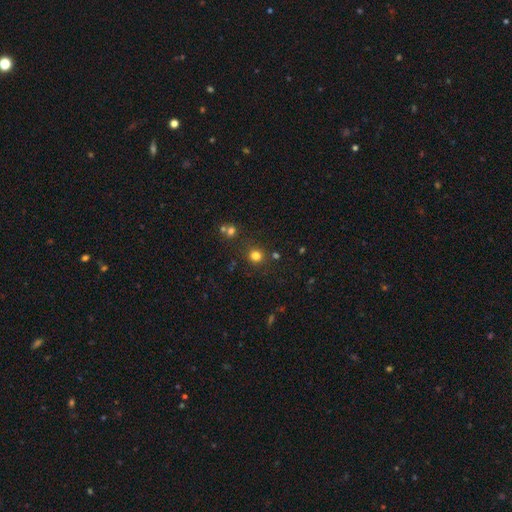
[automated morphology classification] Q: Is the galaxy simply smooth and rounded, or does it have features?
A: smooth — 78%.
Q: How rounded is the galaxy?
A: round — 90%.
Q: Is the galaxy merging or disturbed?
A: none — 83%.